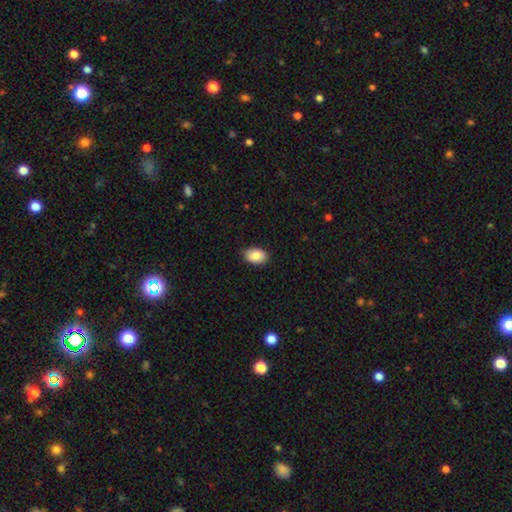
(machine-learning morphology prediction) smooth-or-featured: smooth: 89% | star or artifact: 7% | featured or disk: 5%
  how-rounded: in between: 88% | round: 11% | cigar-shaped: 1%
  merging: none: 87% | minor disturbance: 10% | major disturbance: 2% | merger: 1%